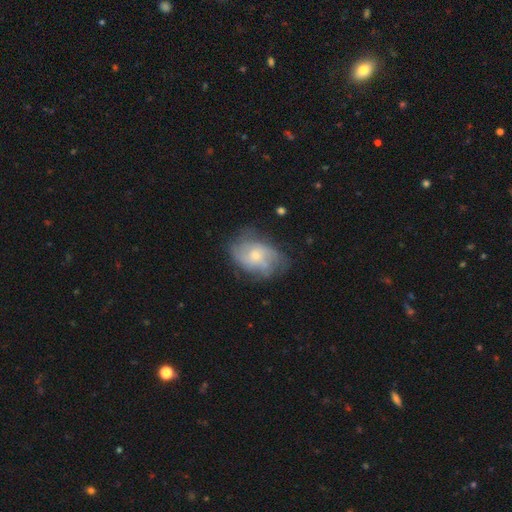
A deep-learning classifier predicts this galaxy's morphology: The model was most divided on "spiral winding": medium: 42%, tight: 34%, loose: 24%. Remaining: edge-on disk — no (97%); spiral arms — yes (80%); bar — no (74%); smooth or featured — featured or disk (65%); bulge size — small (62%); merging — none (59%); spiral arm count — can't tell (40%).